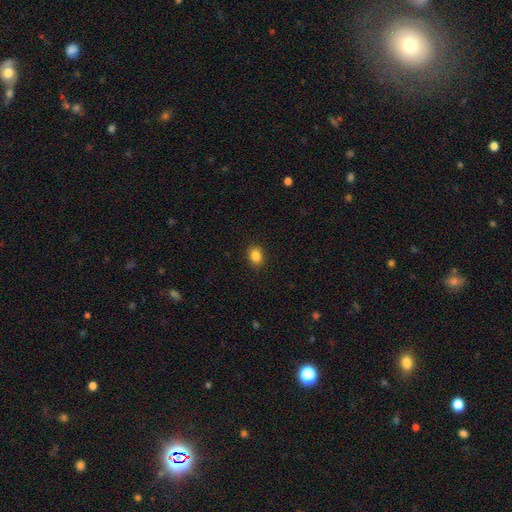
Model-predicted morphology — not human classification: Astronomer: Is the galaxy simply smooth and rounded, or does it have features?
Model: smooth — 86%.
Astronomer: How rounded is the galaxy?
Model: in between — 53% (runner-up: round, 46%).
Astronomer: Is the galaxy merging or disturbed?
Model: none — 89%.